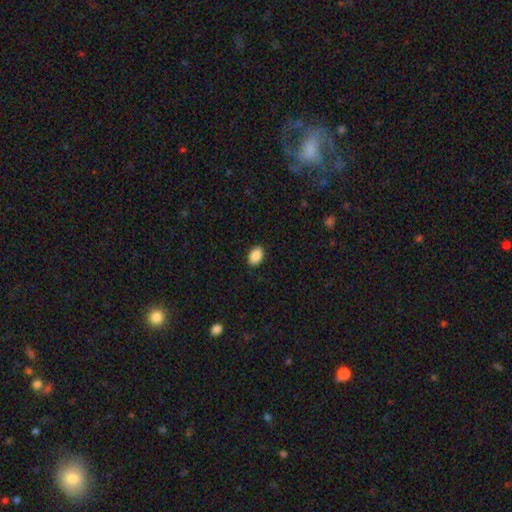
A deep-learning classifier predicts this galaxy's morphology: Smooth or featured: smooth — 89% (star or artifact — 7%)
How rounded: in between — 86% (round — 13%)
Merging: none — 90% (minor disturbance — 7%)